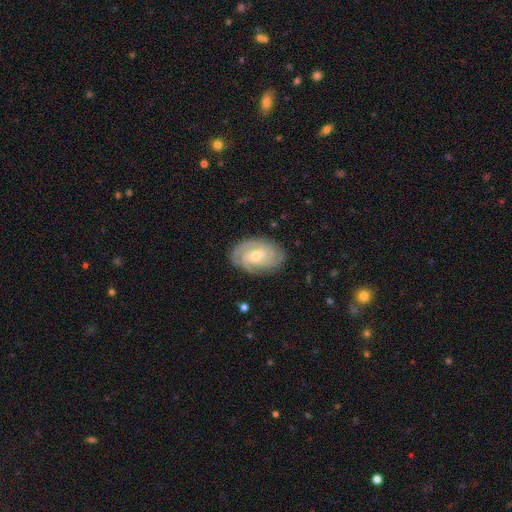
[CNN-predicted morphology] A featured or disk galaxy (86%) with a weak bar (47%), 3 (39%) tight (69%) spiral arms (97%) and a small central bulge (54%). Merging: none (81%).